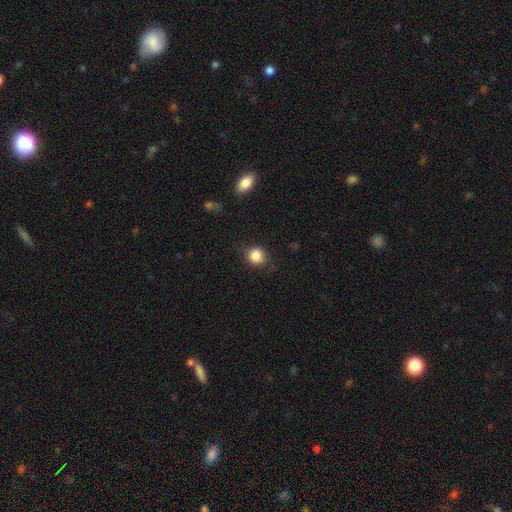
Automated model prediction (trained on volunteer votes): Smooth or featured: smooth — 85% (star or artifact — 10%)
How rounded: round — 81% (in between — 18%)
Merging: none — 82% (minor disturbance — 13%)